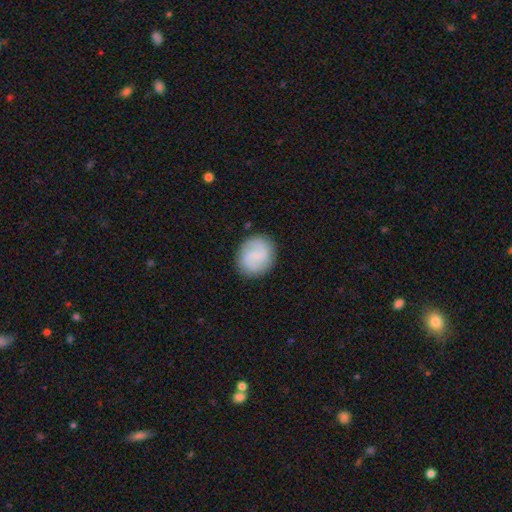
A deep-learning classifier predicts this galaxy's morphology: Overall: smooth (56%; featured or disk 37%). How rounded: round (81%). Merging: none (87%).